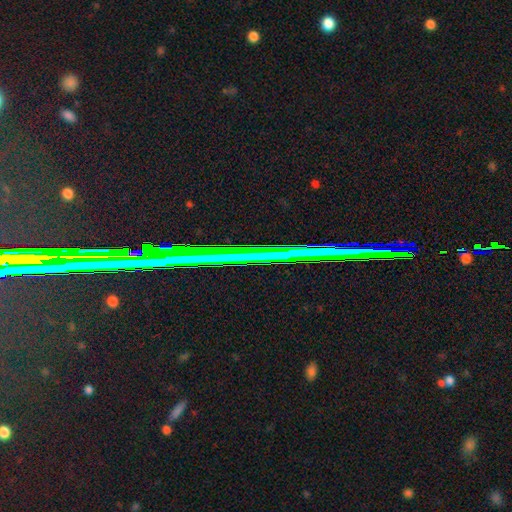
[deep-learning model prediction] This is likely a star or artifact rather than a galaxy (68%).